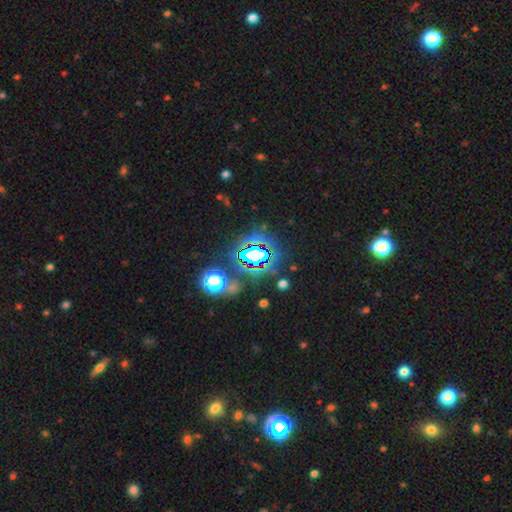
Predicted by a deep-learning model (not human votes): smooth-or-featured: star or artifact: 72% | smooth: 17% | featured or disk: 11%